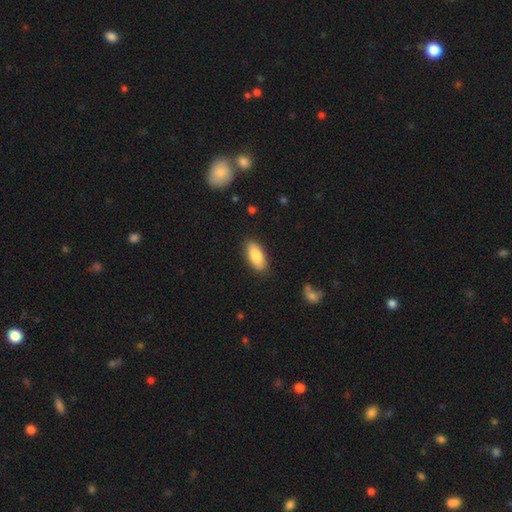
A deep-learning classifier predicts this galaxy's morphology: Smooth or featured? Predicted: smooth (p=0.84). How rounded? Predicted: in between (p=0.87). Merging? Predicted: none (p=0.87).